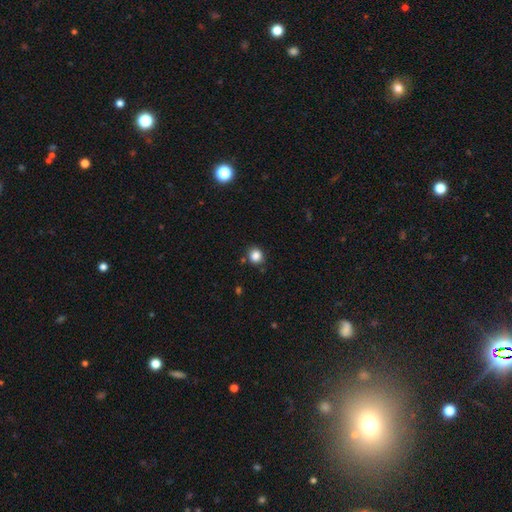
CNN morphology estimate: smooth 85%, star or artifact 11%, featured or disk 4%. Down the decision tree: how rounded — round (83%); merging — none (85%).